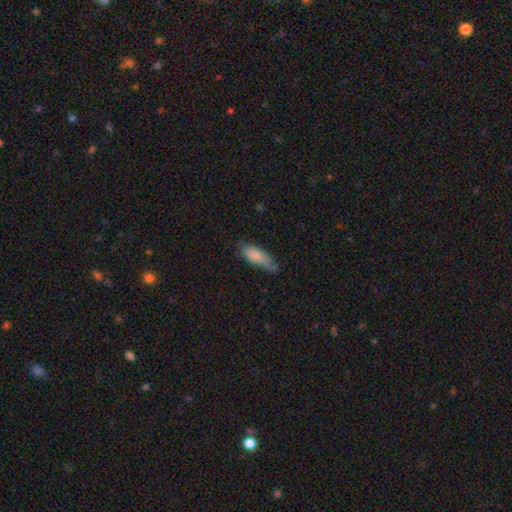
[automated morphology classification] smooth 80%, featured or disk 13%, star or artifact 7%. Down the decision tree: how rounded — in between (74%); merging — none (47%).